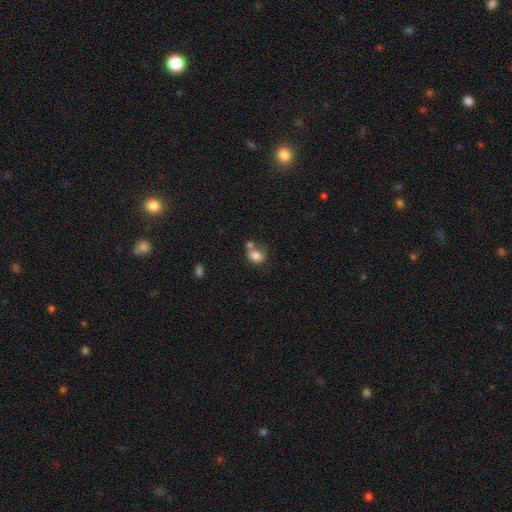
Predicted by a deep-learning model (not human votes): Morphology: type=smooth (80%); roundness=round (60%); merging=merger (42%).